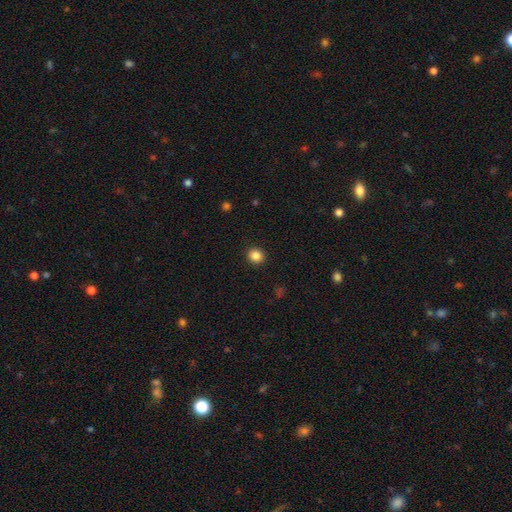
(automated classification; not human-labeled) smooth-or-featured: smooth: 85% | star or artifact: 11% | featured or disk: 4%
  how-rounded: round: 86% | in between: 13% | cigar-shaped: 1%
  merging: none: 92% | minor disturbance: 5% | major disturbance: 2% | merger: 1%